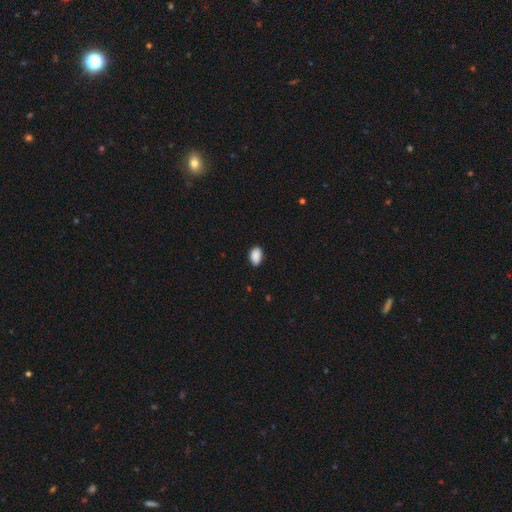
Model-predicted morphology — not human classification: Smooth or featured? Predicted: smooth (p=0.90). How rounded? Predicted: in between (p=0.88). Merging? Predicted: none (p=0.82).